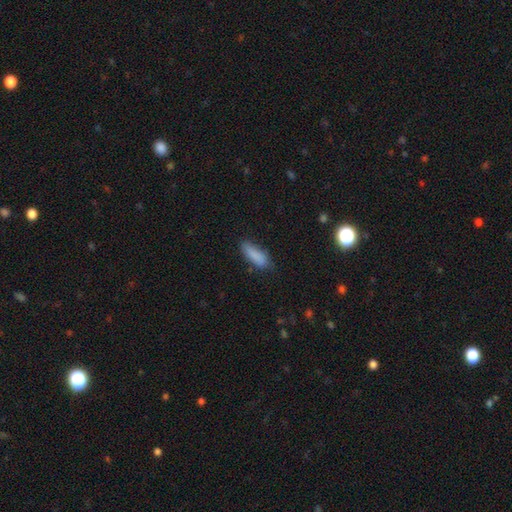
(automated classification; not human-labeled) The model was most divided on "how rounded": in between: 58%, cigar-shaped: 40%, round: 2%. More confident: smooth or featured — smooth (87%); merging — none (74%).